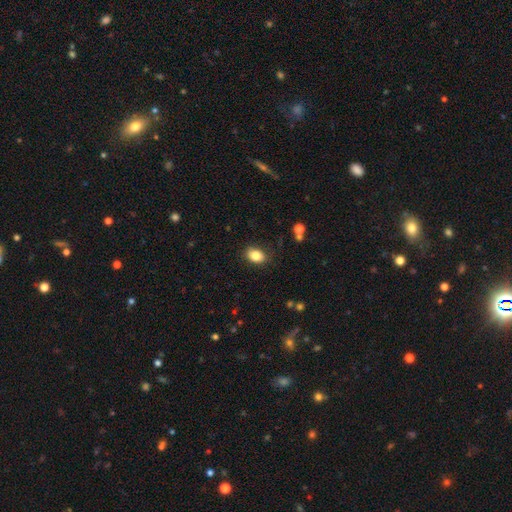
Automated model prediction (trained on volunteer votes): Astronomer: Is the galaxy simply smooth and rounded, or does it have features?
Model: smooth — 85%.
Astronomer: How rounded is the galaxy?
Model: in between — 76%.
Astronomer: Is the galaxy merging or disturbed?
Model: none — 84%.